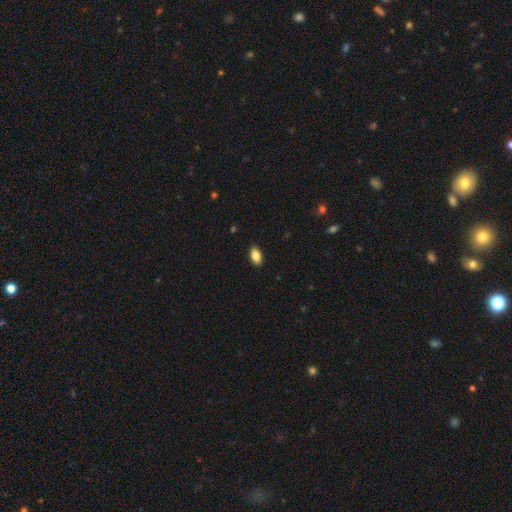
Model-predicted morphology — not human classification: Smooth or featured?
  - smooth: 87% *
  - star or artifact: 8%
  - featured or disk: 6%
How rounded?
  - in between: 92% *
  - round: 6%
  - cigar-shaped: 2%
Merging?
  - none: 90% *
  - minor disturbance: 7%
  - major disturbance: 2%
  - merger: 1%